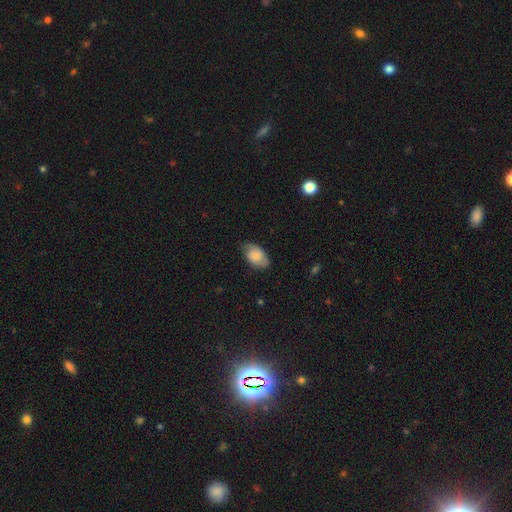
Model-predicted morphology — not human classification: Smooth or featured: smooth — 74% (featured or disk — 19%)
How rounded: in between — 92% (round — 7%)
Merging: none — 69% (minor disturbance — 25%)